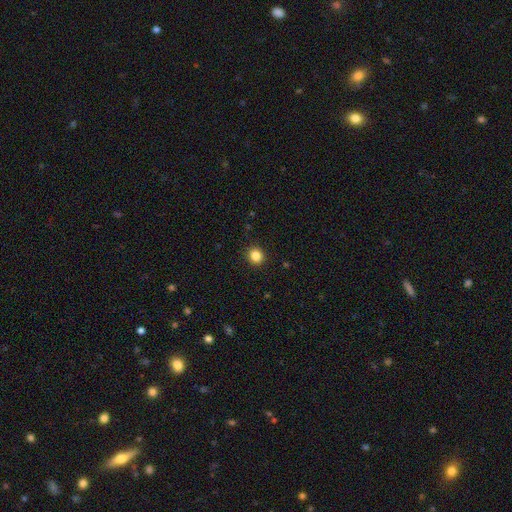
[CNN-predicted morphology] smooth-or-featured: smooth: 85% | star or artifact: 11% | featured or disk: 4%
  how-rounded: round: 88% | in between: 11% | cigar-shaped: 1%
  merging: none: 92% | minor disturbance: 5% | major disturbance: 2% | merger: 1%